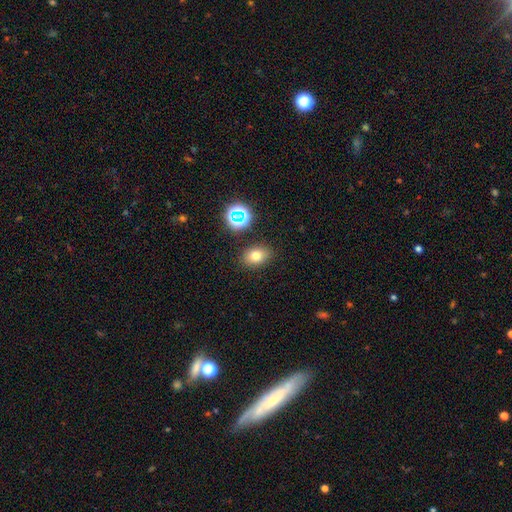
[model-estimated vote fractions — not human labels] This is likely a smooth galaxy (73%). How rounded: likely in between (67%). Merging: clearly none (85%).